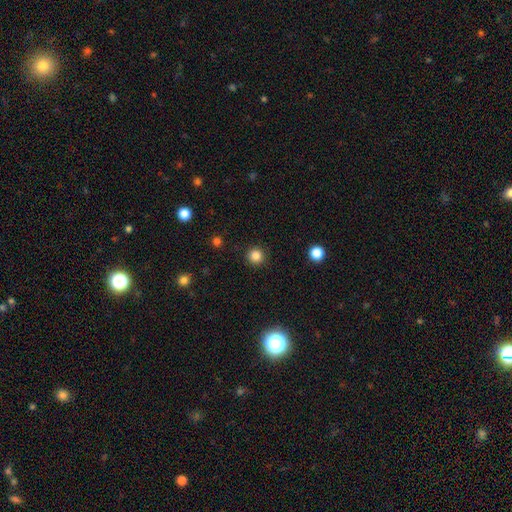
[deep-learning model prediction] Smooth or featured? smooth (84%)
How rounded? round (95%)
Merging? none (92%)